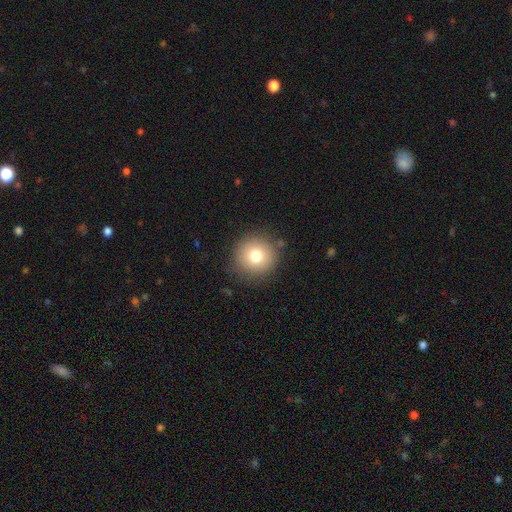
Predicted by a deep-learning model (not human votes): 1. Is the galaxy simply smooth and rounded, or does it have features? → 76% smooth, 12% featured or disk, 11% star or artifact.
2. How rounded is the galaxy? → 94% round, 5% in between, 1% cigar-shaped.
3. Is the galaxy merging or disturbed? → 87% none, 9% minor disturbance, 3% major disturbance, 2% merger.